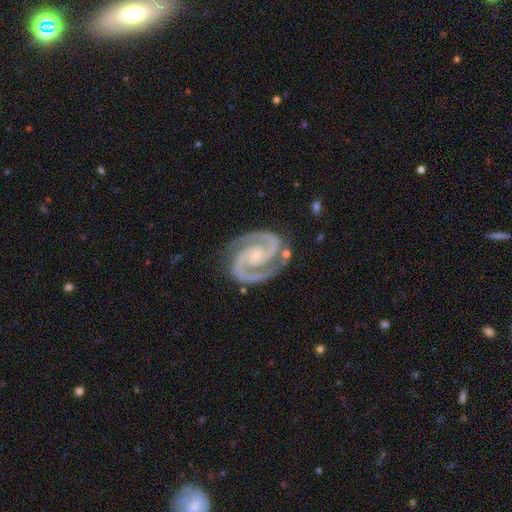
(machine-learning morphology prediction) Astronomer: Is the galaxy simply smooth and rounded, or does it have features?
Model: featured or disk — 94%.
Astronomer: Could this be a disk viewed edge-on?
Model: no — 98%.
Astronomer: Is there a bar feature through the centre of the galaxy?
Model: no — 60%.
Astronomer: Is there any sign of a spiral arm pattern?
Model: yes — 99%.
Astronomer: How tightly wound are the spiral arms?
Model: tight — 52% (runner-up: medium, 44%).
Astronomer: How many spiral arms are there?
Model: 2 — 95%.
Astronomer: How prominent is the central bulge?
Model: small — 70%.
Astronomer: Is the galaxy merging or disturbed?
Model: none — 82%.